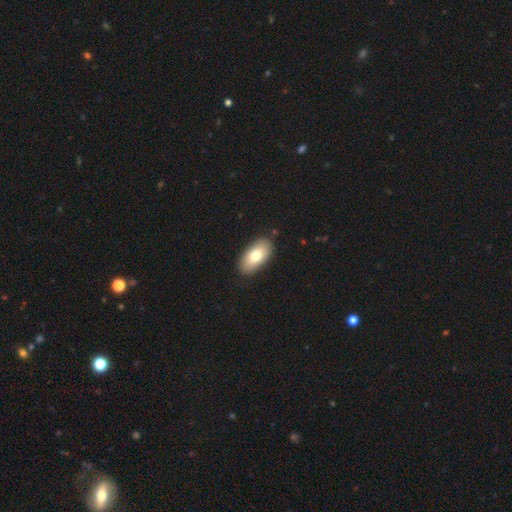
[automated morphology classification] This appears to be a smooth galaxy with no disk features (76%) that is in between round and cigar-shaped (93%). Merging: none (88%).